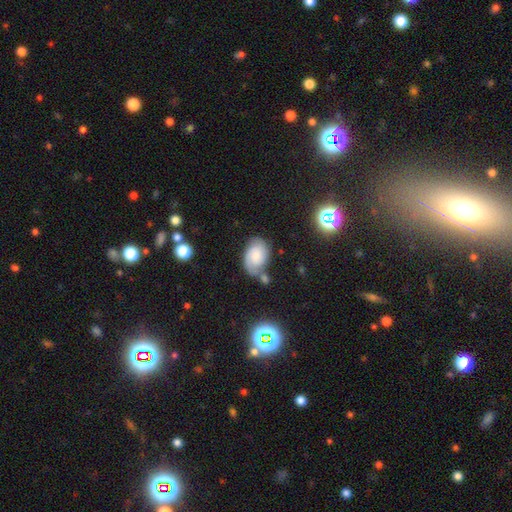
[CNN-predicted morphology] Overall: featured or disk (59%; smooth 31%). Edge-on disk: no (97%). Bar: no (64%; weak 31%). Spiral arms: yes (91%). Spiral arm count: 2 (68%). Spiral winding: tight (49%; medium 39%). Bulge size: small (38%; moderate 34%). Merging: none (50%; minor disturbance 22%).